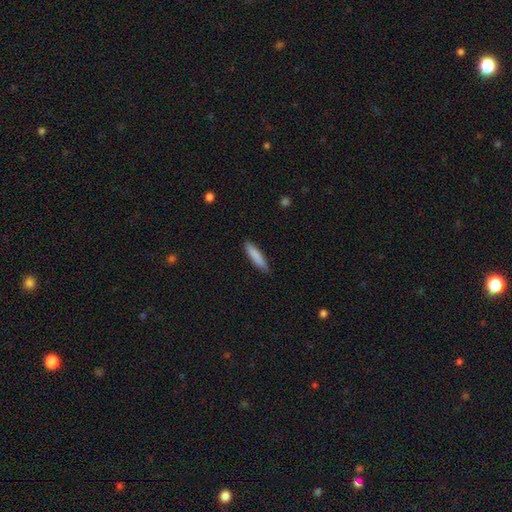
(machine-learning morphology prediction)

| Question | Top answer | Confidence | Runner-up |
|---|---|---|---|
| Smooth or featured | smooth | 84% | featured or disk (10%) |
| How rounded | cigar-shaped | 81% | in between (18%) |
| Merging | none | 87% | minor disturbance (10%) |